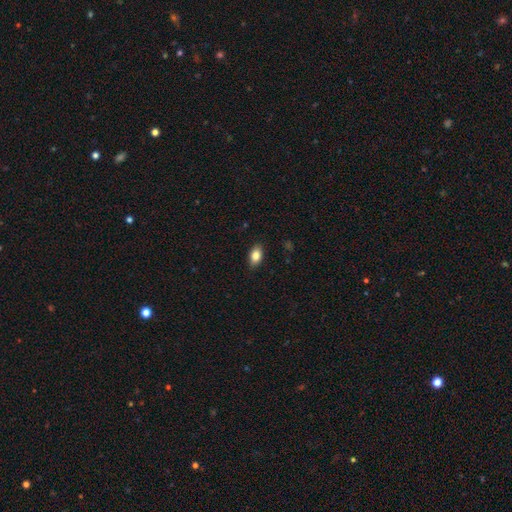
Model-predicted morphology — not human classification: Smooth or featured? Predicted: smooth (p=0.83). How rounded? Predicted: in between (p=0.88). Merging? Predicted: none (p=0.88).